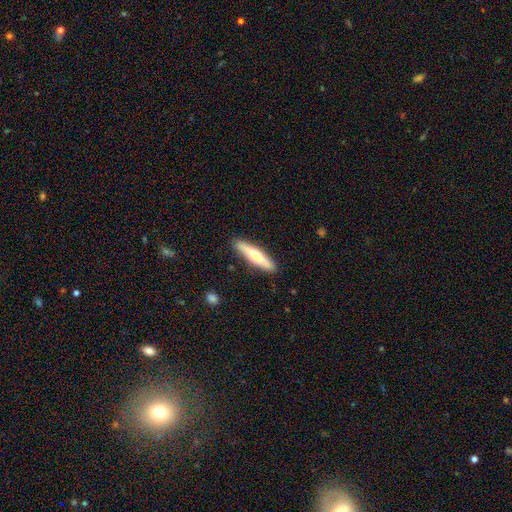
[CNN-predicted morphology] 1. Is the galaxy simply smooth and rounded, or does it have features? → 58% smooth, 37% featured or disk, 5% star or artifact.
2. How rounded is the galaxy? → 80% cigar-shaped, 19% in between, 1% round.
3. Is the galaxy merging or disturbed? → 89% none, 8% minor disturbance, 2% major disturbance, 1% merger.